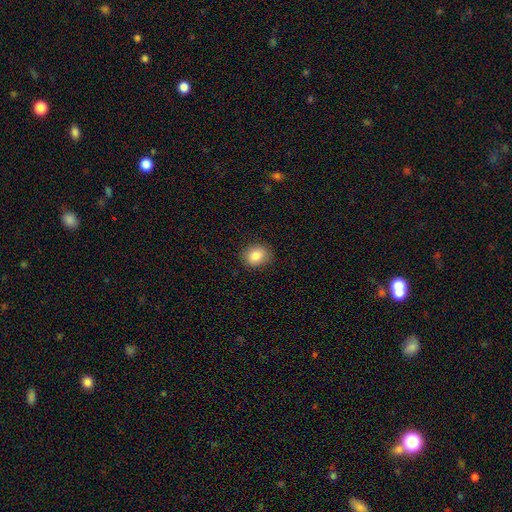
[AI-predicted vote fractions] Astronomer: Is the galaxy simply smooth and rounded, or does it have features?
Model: smooth — 84%.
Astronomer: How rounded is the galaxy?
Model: round — 52% (runner-up: in between, 47%).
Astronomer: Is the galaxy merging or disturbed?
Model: none — 87%.